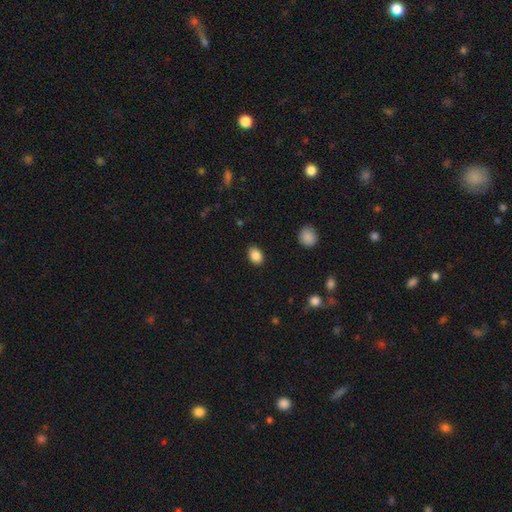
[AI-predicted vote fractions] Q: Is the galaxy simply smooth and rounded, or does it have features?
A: smooth — 87%.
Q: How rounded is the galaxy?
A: in between — 77%.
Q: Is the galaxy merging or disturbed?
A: none — 88%.